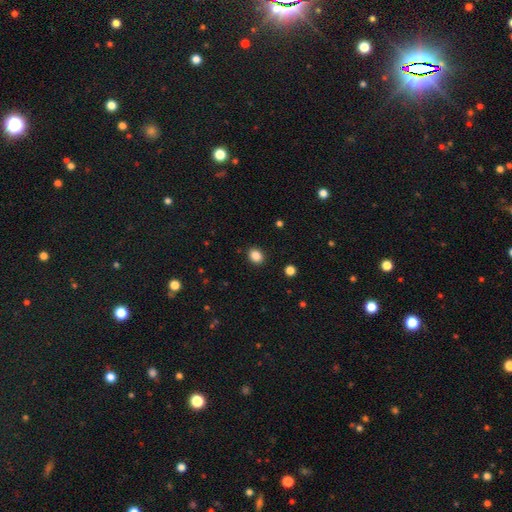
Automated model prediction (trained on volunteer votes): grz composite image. It shows a smooth galaxy with no disk features (86%) that is round (51%). Merging: none (90%).